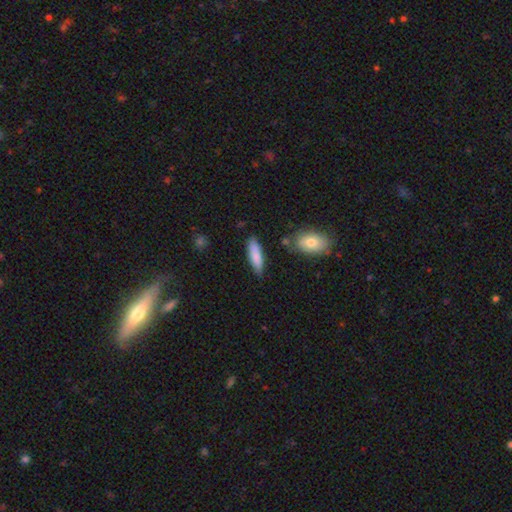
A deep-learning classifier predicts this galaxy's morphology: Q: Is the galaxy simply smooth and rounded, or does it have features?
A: smooth — 82%.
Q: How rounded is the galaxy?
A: cigar-shaped — 60%.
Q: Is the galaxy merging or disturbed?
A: none — 77%.